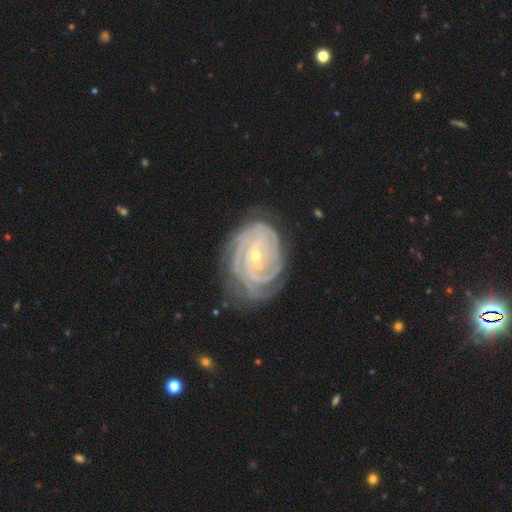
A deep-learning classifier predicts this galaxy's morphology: Overall: featured or disk (91%). Edge-on disk: no (97%). Bar: no (42%; weak 39%). Spiral arms: yes (98%). Spiral arm count: 3 (23%, tied with can't tell). Spiral winding: tight (84%). Bulge size: small (68%; moderate 30%). Merging: none (71%).